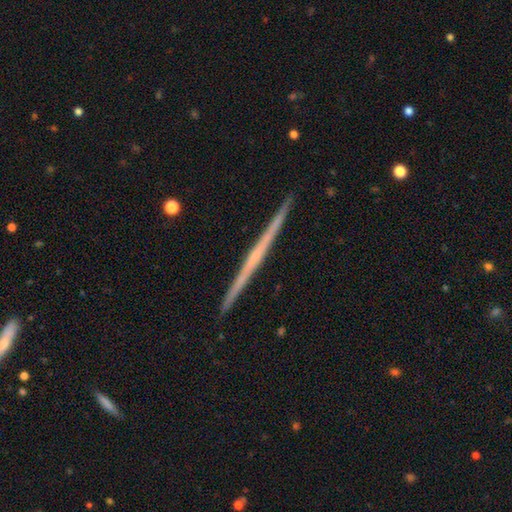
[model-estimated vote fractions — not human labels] Smooth or featured?
  - featured or disk: 74% *
  - smooth: 20%
  - star or artifact: 6%
Edge-on disk?
  - yes: 99% *
  - no: 1%
Edge-on bulge?
  - none: 74% *
  - rounded: 21%
  - boxy: 5%
Merging?
  - none: 93% *
  - minor disturbance: 5%
  - merger: 1%
  - major disturbance: 1%